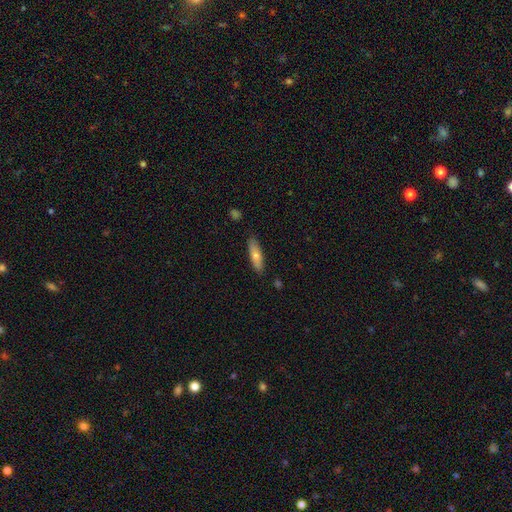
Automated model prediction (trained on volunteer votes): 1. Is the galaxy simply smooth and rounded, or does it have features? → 67% smooth, 27% featured or disk, 6% star or artifact.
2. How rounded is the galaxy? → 61% cigar-shaped, 36% in between, 2% round.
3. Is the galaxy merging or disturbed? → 87% none, 10% minor disturbance, 2% major disturbance, 1% merger.